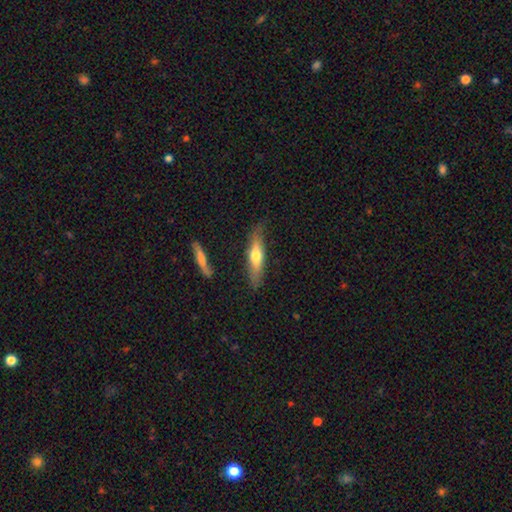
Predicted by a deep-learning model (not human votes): A smooth galaxy with no disk features (53%) that is cigar-shaped (76%). Merging: none (80%).